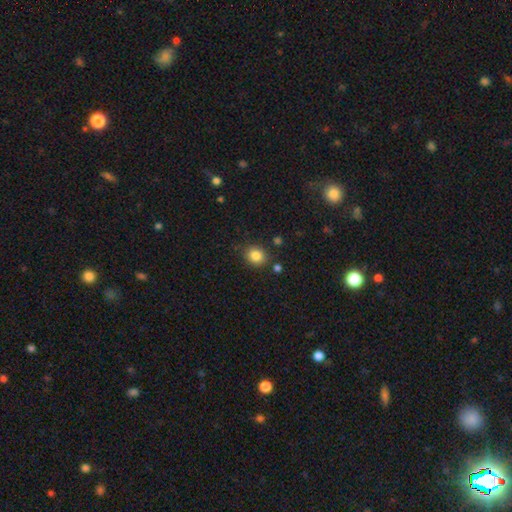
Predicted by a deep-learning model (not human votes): A smooth galaxy with no disk features (84%) that is round (73%). Merging: none (83%).